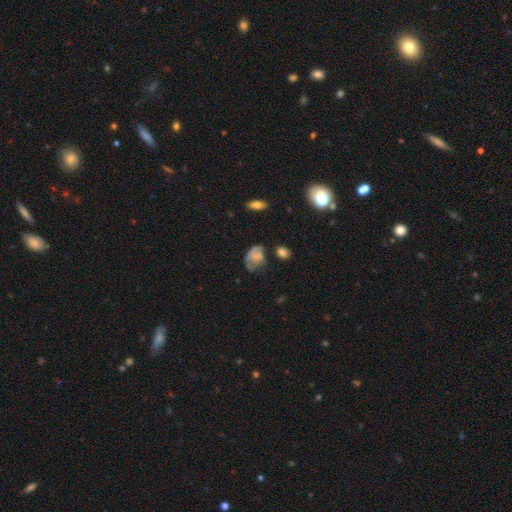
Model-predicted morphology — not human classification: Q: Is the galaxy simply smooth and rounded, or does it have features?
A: smooth — 61%.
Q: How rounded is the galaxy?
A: in between — 79%.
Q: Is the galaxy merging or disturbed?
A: none — 35%.